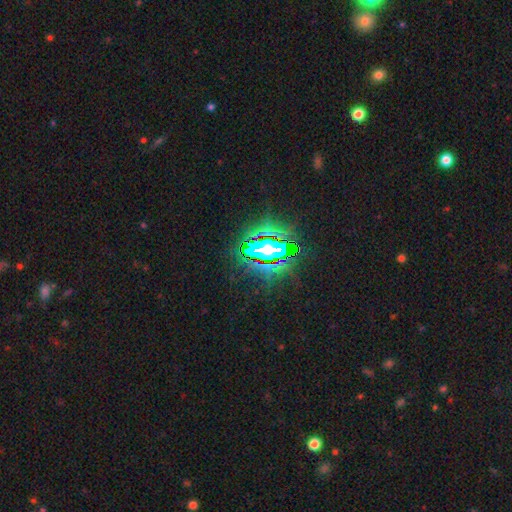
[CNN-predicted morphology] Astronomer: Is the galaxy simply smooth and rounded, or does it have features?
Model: star or artifact — 74%.